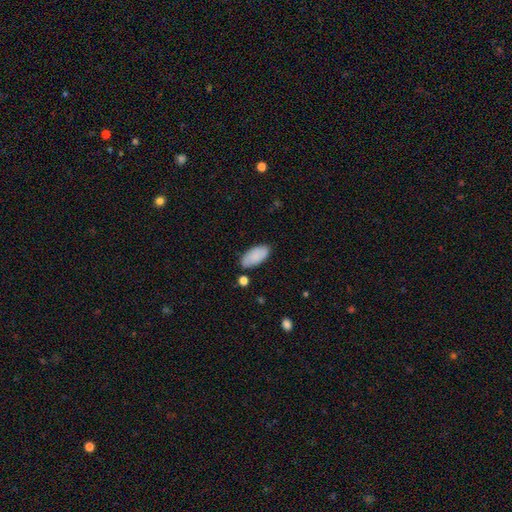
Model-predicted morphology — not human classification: Overall: smooth (86%). How rounded: in between (92%). Merging: none (79%).